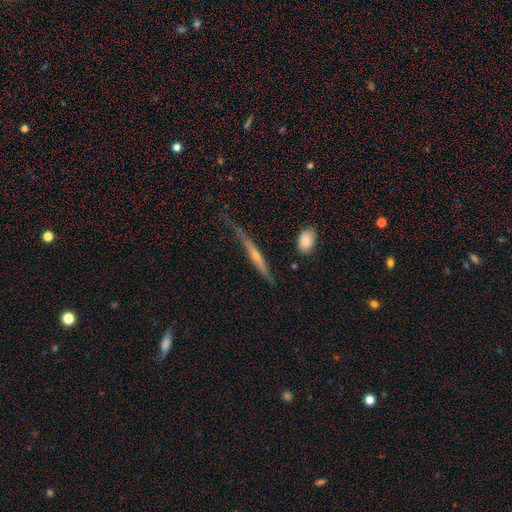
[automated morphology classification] This appears to be a featured or disk galaxy (60%) viewed edge-on (92%) with a rounded central bulge (50%). Merging: none (57%).